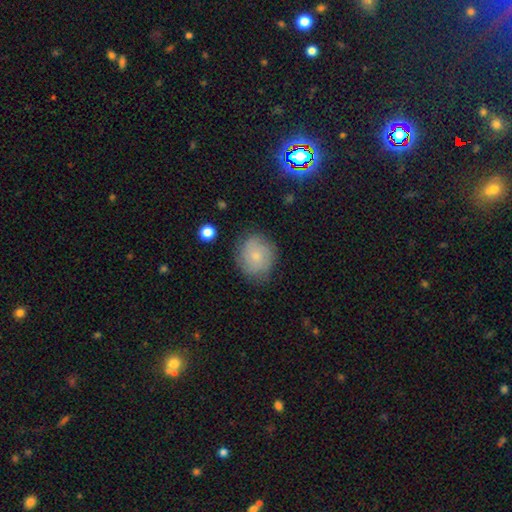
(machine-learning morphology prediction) Smooth or featured? smooth (54%)
How rounded? round (75%)
Merging? none (78%)